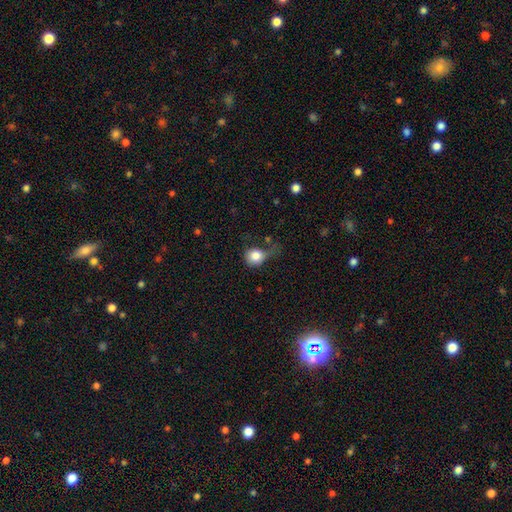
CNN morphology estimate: This is clearly a smooth galaxy (81%). How rounded: likely round (79%). Merging: marginally major disturbance (34%).